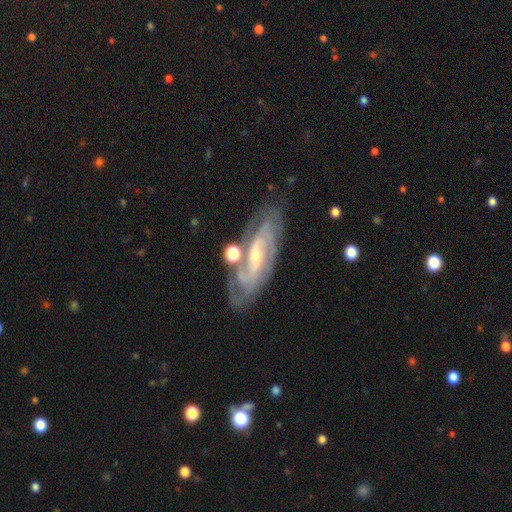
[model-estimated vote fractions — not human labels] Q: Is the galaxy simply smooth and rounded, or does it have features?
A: featured or disk — 84%.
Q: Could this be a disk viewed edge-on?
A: no — 88%.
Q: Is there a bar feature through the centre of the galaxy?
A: weak — 41%.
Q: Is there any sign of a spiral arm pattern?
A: yes — 94%.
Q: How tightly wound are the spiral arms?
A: tight — 58%.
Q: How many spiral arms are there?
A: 2 — 50%.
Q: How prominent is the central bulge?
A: small — 61%.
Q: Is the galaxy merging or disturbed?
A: none — 72%.